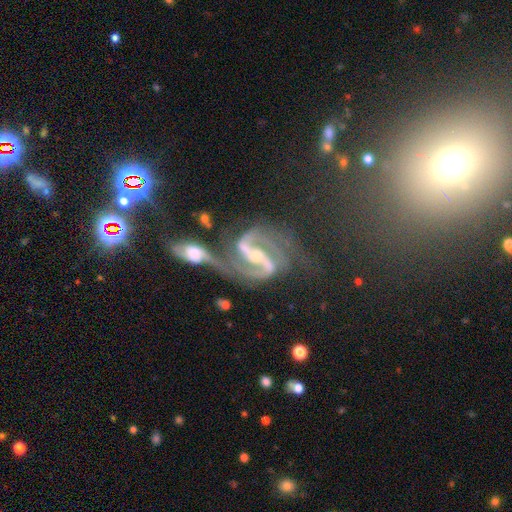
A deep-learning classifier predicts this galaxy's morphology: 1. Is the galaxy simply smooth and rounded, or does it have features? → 90% featured or disk, 7% star or artifact, 4% smooth.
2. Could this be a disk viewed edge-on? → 97% no, 3% yes.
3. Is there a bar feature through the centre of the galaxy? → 57% strong, 31% weak, 13% no.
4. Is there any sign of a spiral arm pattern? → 98% yes, 2% no.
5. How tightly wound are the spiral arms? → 57% medium, 23% tight, 20% loose.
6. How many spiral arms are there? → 93% 2, 2% can't tell, 2% 3, 1% 1, 1% 4, 1% more than 4.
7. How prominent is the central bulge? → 56% small, 37% moderate, 3% large, 2% none, 1% dominant.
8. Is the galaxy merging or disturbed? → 38% none, 34% merger, 15% minor disturbance, 13% major disturbance.